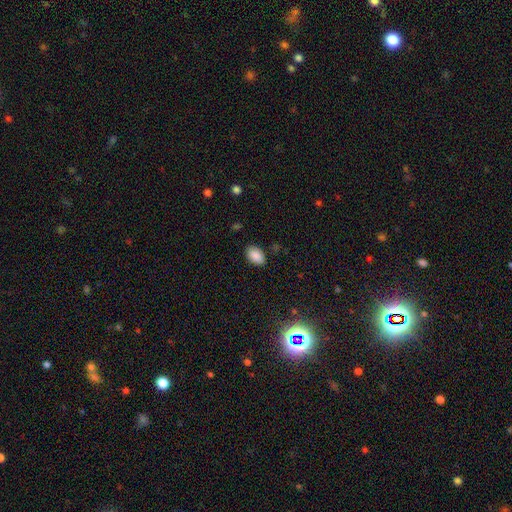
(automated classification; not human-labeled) Overall: smooth (87%). How rounded: in between (91%). Merging: none (85%).